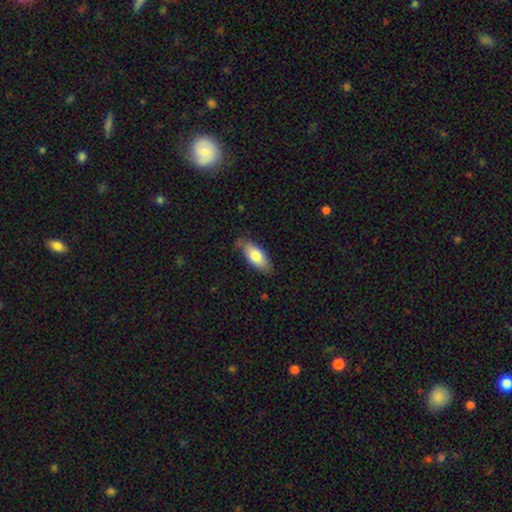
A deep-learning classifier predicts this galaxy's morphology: A smooth galaxy with no disk features (78%) that is in between round and cigar-shaped (86%).

Vote fractions:
- Smooth or featured? smooth: 78% / featured or disk: 17% / star or artifact: 6%
- How rounded? in between: 86% / cigar-shaped: 12% / round: 2%
- Merging? none: 73% / minor disturbance: 22% / major disturbance: 4% / merger: 2%